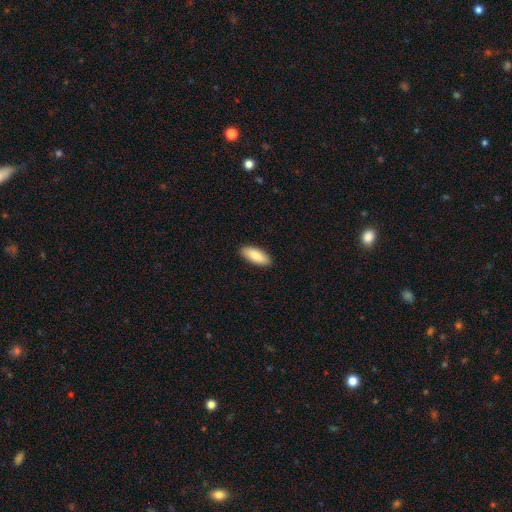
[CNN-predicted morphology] Smooth or featured: smooth — 86% (featured or disk — 9%)
How rounded: in between — 82% (cigar-shaped — 17%)
Merging: none — 90% (minor disturbance — 7%)